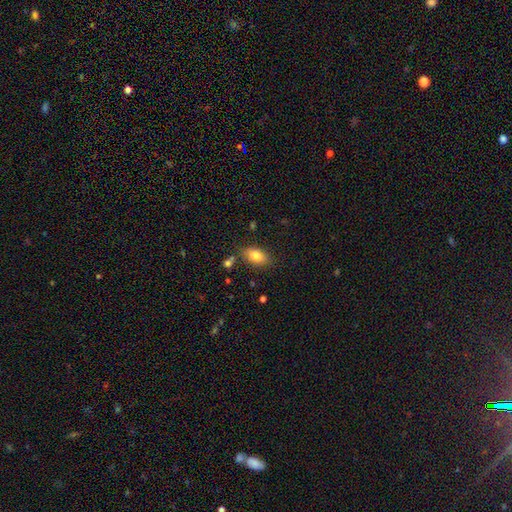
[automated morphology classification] type=smooth (81%); roundness=in between (89%); merging=none (79%).